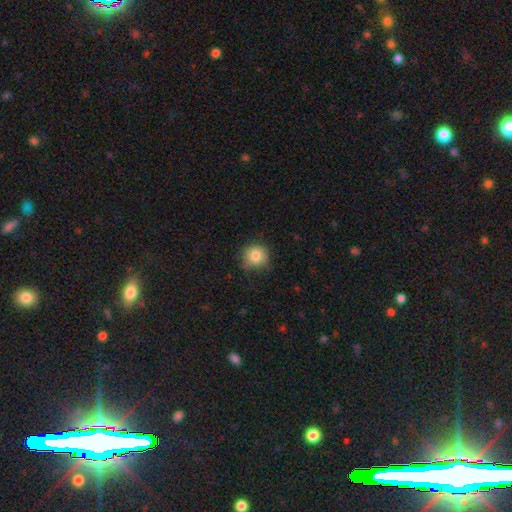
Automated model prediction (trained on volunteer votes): Smooth or featured?
  - smooth: 81% *
  - star or artifact: 10%
  - featured or disk: 9%
How rounded?
  - round: 90% *
  - in between: 9%
  - cigar-shaped: 1%
Merging?
  - none: 73% *
  - minor disturbance: 21%
  - major disturbance: 5%
  - merger: 1%